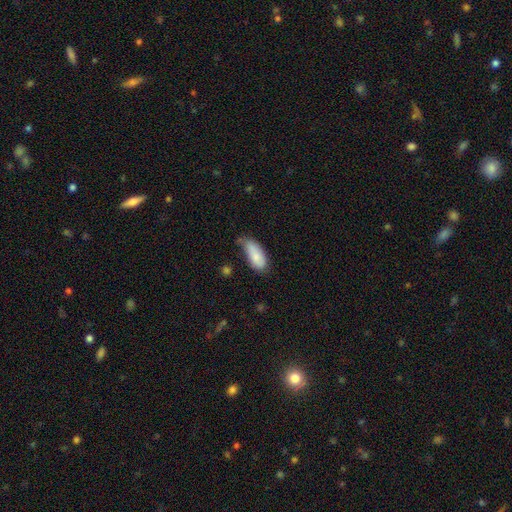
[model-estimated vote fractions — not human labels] smooth_or_featured: smooth (p=0.83) [alt: featured or disk p=0.10]
how_rounded: in between (p=0.84) [alt: cigar-shaped p=0.14]
merging: none (p=0.52) [alt: minor disturbance p=0.36]